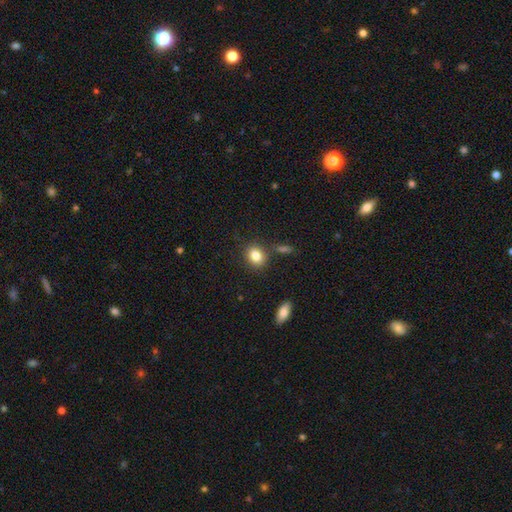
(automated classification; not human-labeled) Overall: smooth (84%). How rounded: round (53%; in between 45%). Merging: none (82%).